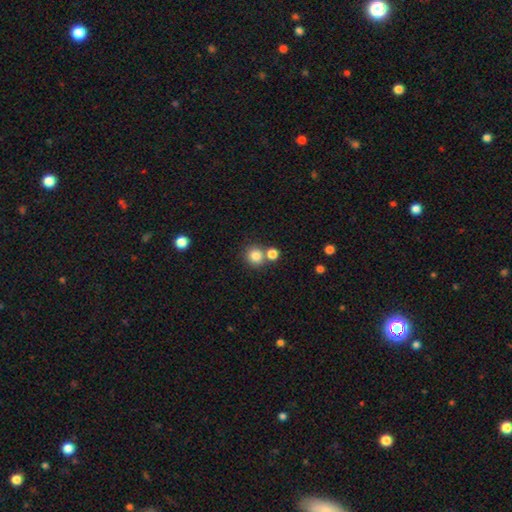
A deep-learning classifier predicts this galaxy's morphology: This appears to be a smooth galaxy with no disk features (82%) that is round (90%). Merging: none (64%).